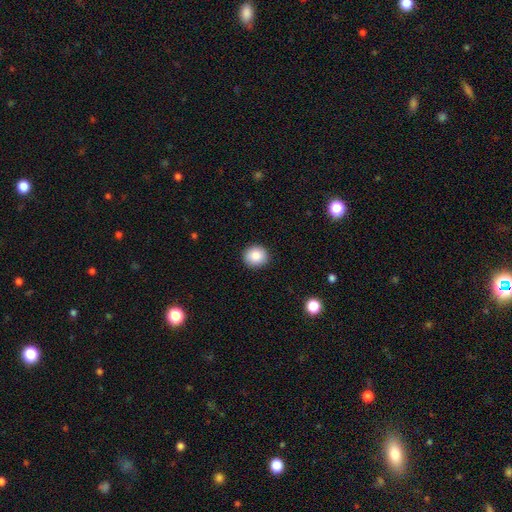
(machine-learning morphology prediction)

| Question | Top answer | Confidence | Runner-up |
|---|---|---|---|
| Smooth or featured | smooth | 87% | star or artifact (8%) |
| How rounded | round | 88% | in between (11%) |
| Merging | none | 90% | minor disturbance (7%) |